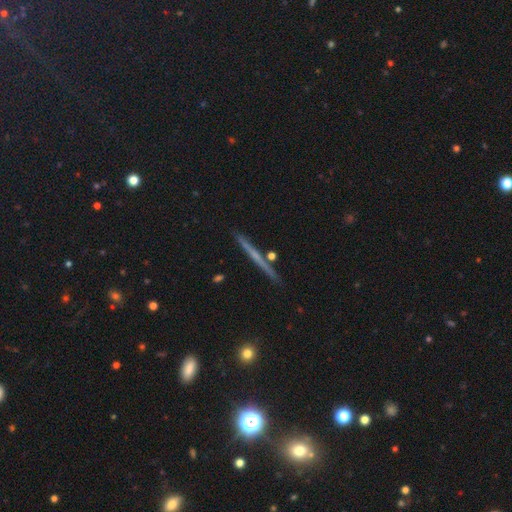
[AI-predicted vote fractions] Smooth or featured: featured or disk — 65% (smooth — 28%)
Edge-on disk: yes — 98% (no — 2%)
Edge-on bulge: none — 71% (rounded — 24%)
Merging: none — 89% (minor disturbance — 7%)